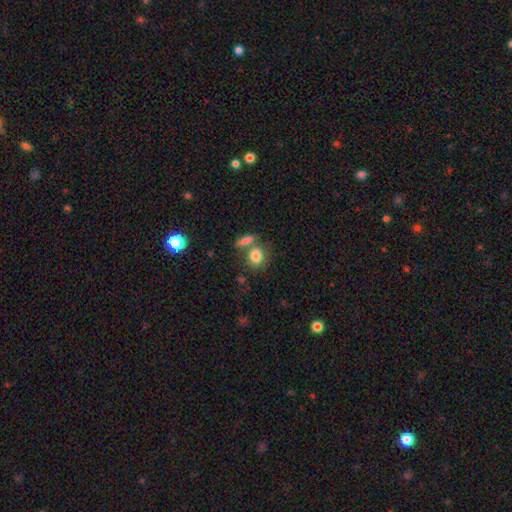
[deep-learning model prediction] Smooth or featured: smooth — 82% (star or artifact — 9%)
How rounded: in between — 54% (round — 43%)
Merging: none — 50% (merger — 33%)